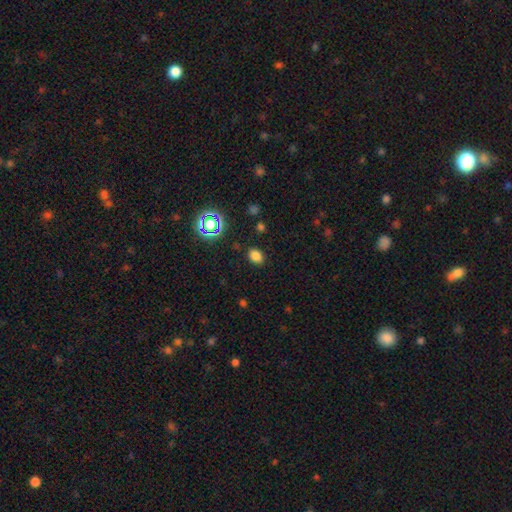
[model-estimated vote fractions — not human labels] A smooth galaxy with no disk features (77%) that is in between round and cigar-shaped (61%).

Vote fractions:
- Smooth or featured? smooth: 77% / star or artifact: 18% / featured or disk: 5%
- How rounded? in between: 61% / round: 38% / cigar-shaped: 1%
- Merging? none: 86% / minor disturbance: 10% / major disturbance: 3% / merger: 2%